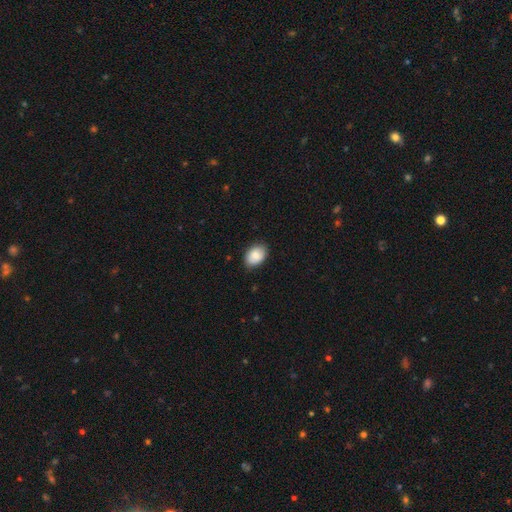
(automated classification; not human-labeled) Overall: smooth (83%). How rounded: in between (83%). Merging: none (84%).